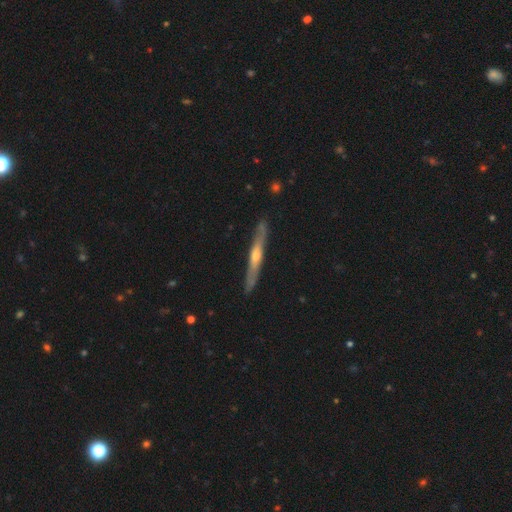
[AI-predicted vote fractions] Overall: featured or disk (66%; smooth 29%). Edge-on disk: yes (94%). Edge-on bulge: rounded (77%). Merging: none (88%).